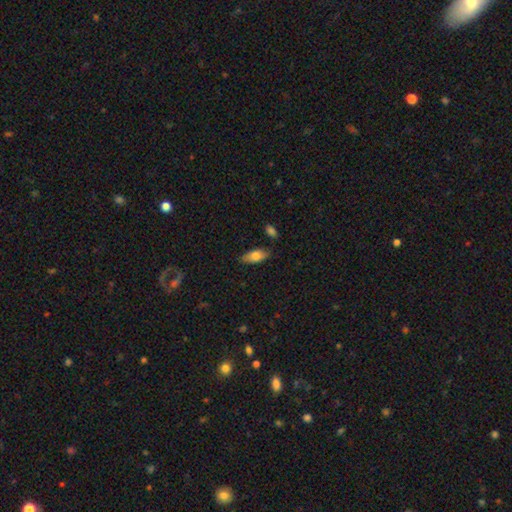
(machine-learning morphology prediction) Smooth or featured: smooth — 77% (featured or disk — 16%)
How rounded: in between — 82% (cigar-shaped — 16%)
Merging: none — 78% (minor disturbance — 15%)